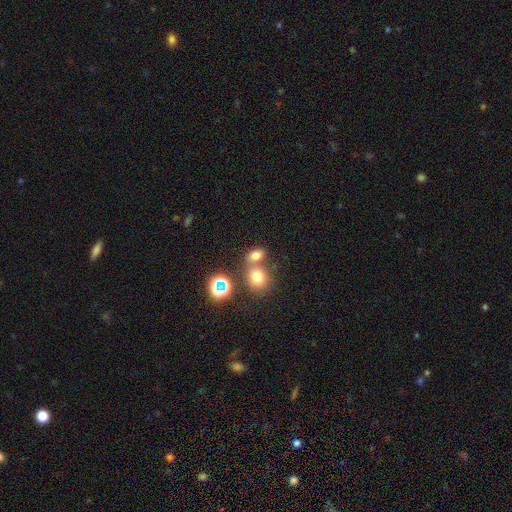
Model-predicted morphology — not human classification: smooth 72%, star or artifact 18%, featured or disk 10%. Down the decision tree: how rounded — in between (56%); merging — none (47%).